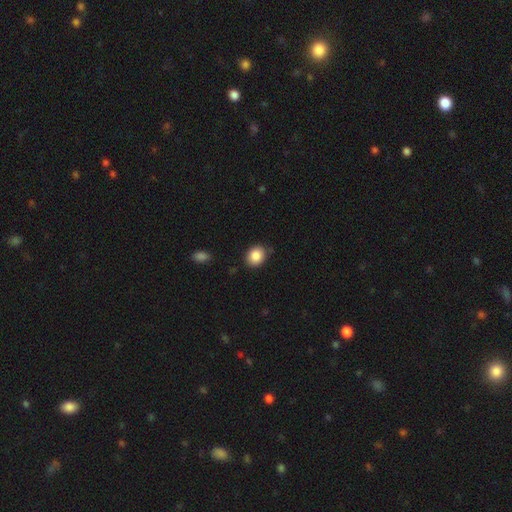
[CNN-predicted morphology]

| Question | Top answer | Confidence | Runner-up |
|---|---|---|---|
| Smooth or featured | smooth | 87% | star or artifact (9%) |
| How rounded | round | 61% | in between (38%) |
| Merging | none | 82% | minor disturbance (13%) |